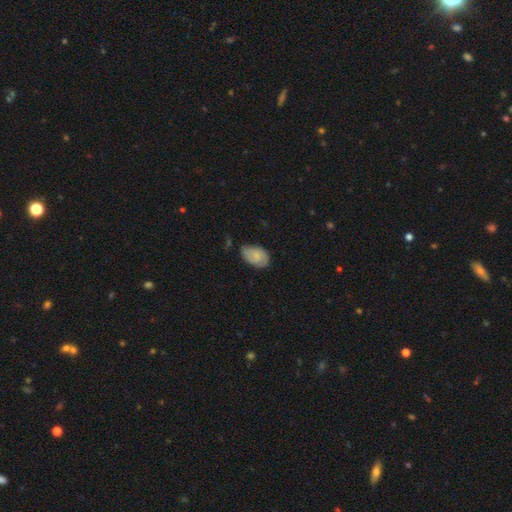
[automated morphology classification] Overall: smooth (70%). How rounded: in between (89%). Merging: none (52%; minor disturbance 37%).